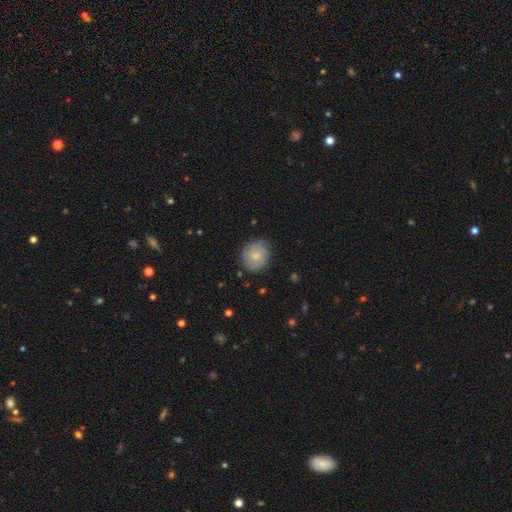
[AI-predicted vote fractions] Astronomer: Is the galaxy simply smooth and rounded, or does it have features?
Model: smooth — 60%.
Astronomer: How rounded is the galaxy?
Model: round — 75%.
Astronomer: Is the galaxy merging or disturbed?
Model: none — 80%.